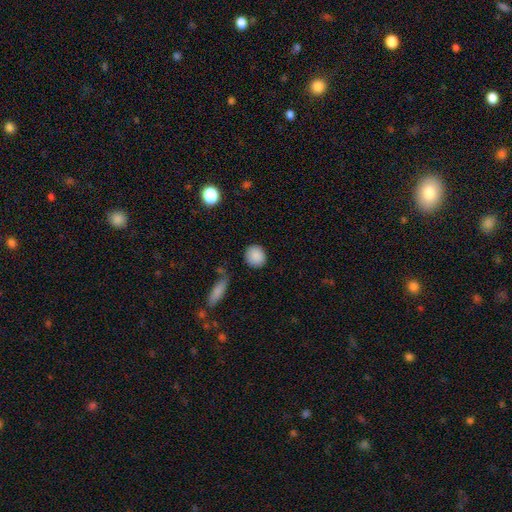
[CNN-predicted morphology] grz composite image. It shows a smooth galaxy with no disk features (88%) that is round (82%). Merging: none (86%).